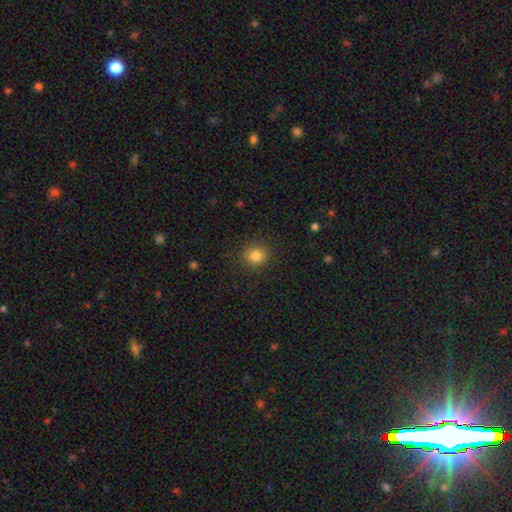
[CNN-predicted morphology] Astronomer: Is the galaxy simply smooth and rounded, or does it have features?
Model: smooth — 83%.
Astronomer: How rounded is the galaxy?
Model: round — 86%.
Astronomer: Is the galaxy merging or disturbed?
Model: none — 89%.